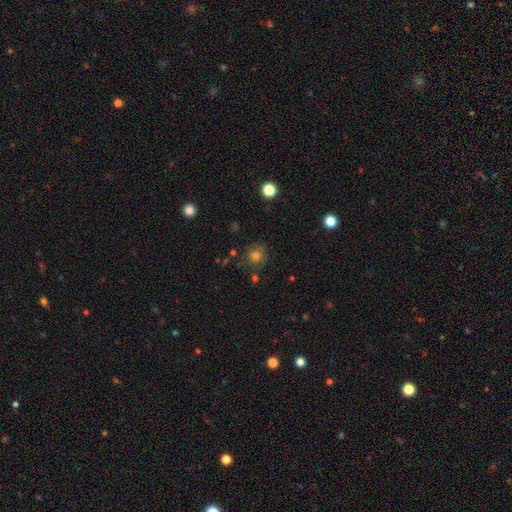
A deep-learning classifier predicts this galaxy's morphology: A smooth galaxy with no disk features (73%) that is round (88%).

Vote fractions:
- Smooth or featured? smooth: 73% / star or artifact: 17% / featured or disk: 10%
- How rounded? round: 88% / in between: 11% / cigar-shaped: 1%
- Merging? none: 76% / minor disturbance: 14% / major disturbance: 5% / merger: 4%